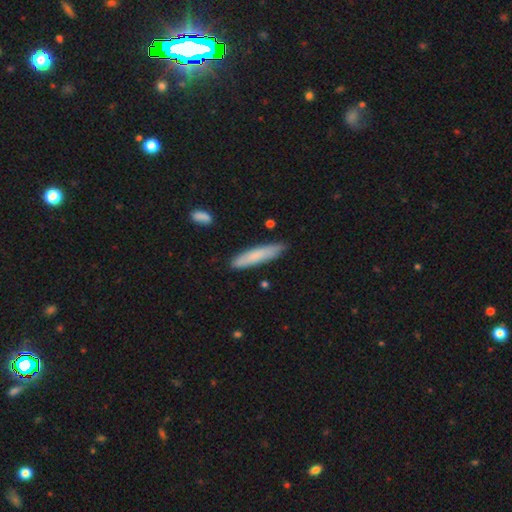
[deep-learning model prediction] Q: Smooth or featured?
A: smooth (80%); runner-up: featured or disk (14%)
Q: How rounded?
A: cigar-shaped (85%); runner-up: in between (14%)
Q: Merging?
A: none (84%); runner-up: minor disturbance (12%)